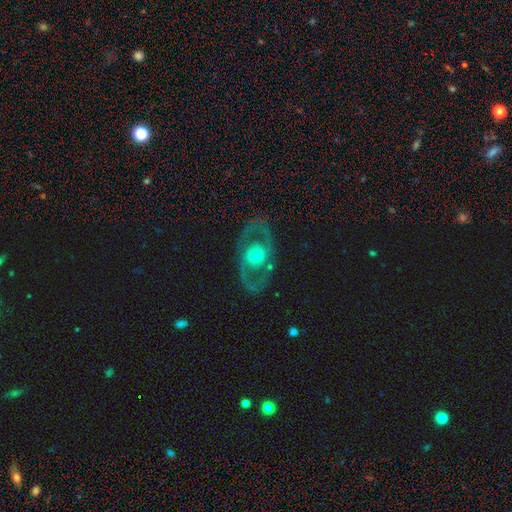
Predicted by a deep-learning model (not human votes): Smooth or featured?
  - featured or disk: 78% *
  - smooth: 17%
  - star or artifact: 5%
Edge-on disk?
  - no: 94% *
  - yes: 6%
Bar?
  - no: 76% *
  - weak: 17%
  - strong: 6%
Spiral arms?
  - yes: 64% *
  - no: 36%
Bulge size?
  - moderate: 63% *
  - small: 19%
  - large: 15%
  - dominant: 2%
  - none: 1%
Merging?
  - none: 80% *
  - minor disturbance: 11%
  - major disturbance: 7%
  - merger: 2%